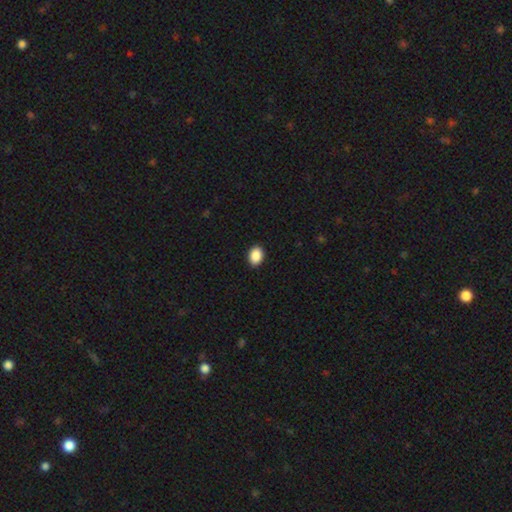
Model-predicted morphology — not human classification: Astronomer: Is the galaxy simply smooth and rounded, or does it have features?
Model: smooth — 90%.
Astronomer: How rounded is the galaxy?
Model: in between — 77%.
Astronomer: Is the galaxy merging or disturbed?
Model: none — 91%.